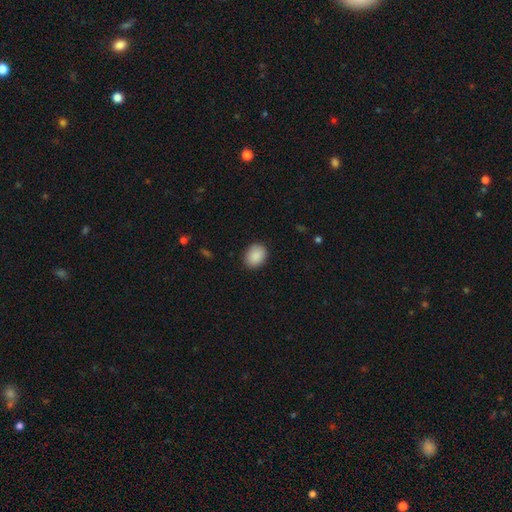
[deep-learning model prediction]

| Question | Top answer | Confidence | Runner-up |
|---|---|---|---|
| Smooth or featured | smooth | 90% | star or artifact (7%) |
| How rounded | in between | 56% | round (43%) |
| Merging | none | 88% | minor disturbance (9%) |